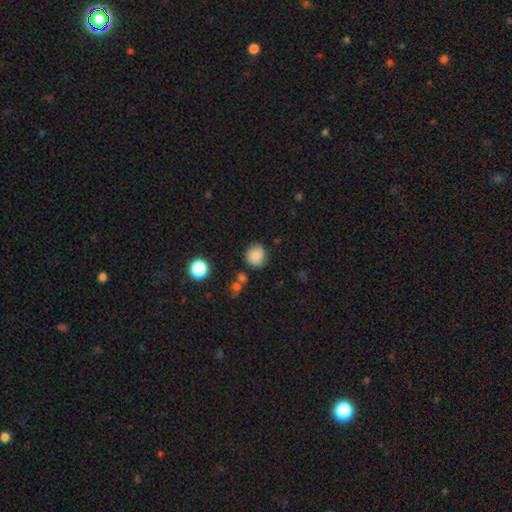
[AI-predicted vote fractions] This appears to be a smooth galaxy with no disk features (82%) that is round (84%). Merging: none (74%).